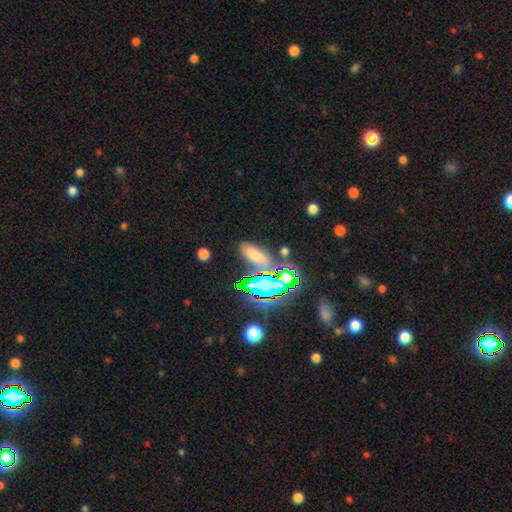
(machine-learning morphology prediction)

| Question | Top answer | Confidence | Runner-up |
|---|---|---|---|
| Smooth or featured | smooth | 54% | star or artifact (33%) |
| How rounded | in between | 74% | cigar-shaped (18%) |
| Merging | none | 73% | minor disturbance (13%) |